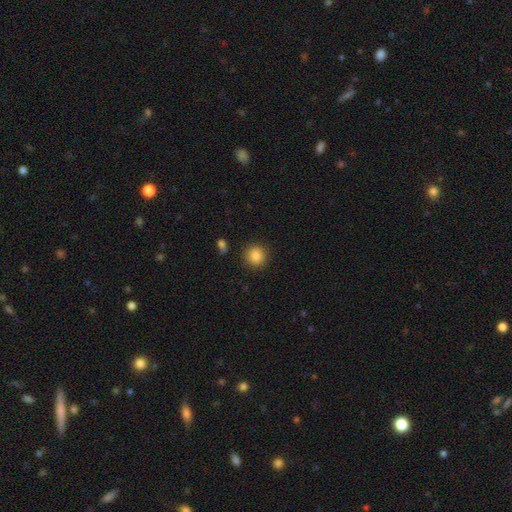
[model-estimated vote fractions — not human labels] smooth 86%, star or artifact 10%, featured or disk 4%. Down the decision tree: how rounded — round (90%); merging — none (89%).